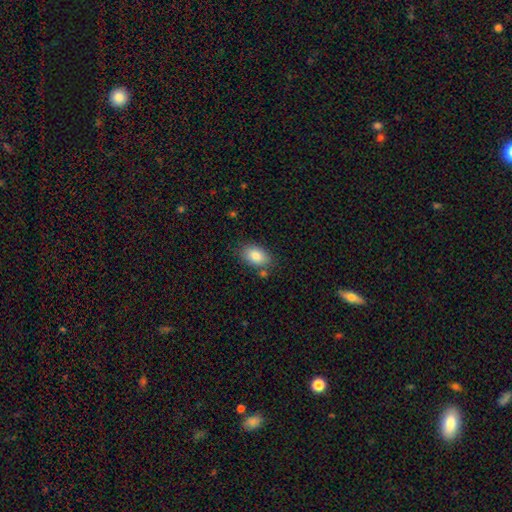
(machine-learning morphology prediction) A smooth galaxy with no disk features (85%) that is in between round and cigar-shaped (88%). Merging: none (76%).